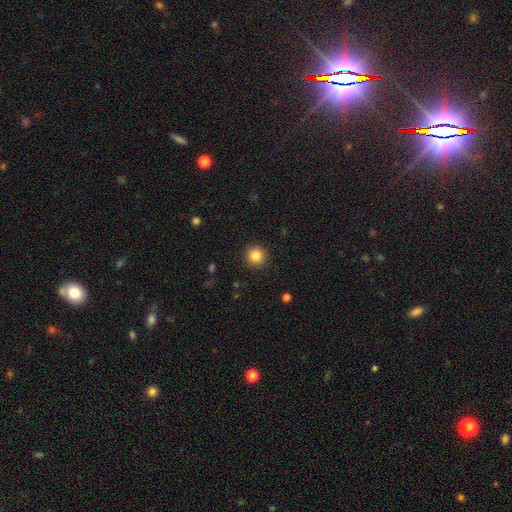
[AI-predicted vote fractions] This appears to be a smooth galaxy with no disk features (84%) that is round (95%). Merging: none (92%).